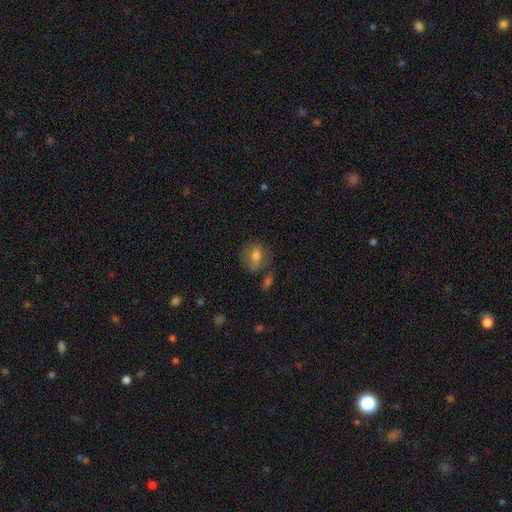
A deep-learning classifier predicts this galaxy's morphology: smooth-or-featured: smooth: 72% | featured or disk: 19% | star or artifact: 9%
  how-rounded: round: 70% | in between: 29% | cigar-shaped: 1%
  merging: none: 69% | minor disturbance: 18% | merger: 7% | major disturbance: 6%